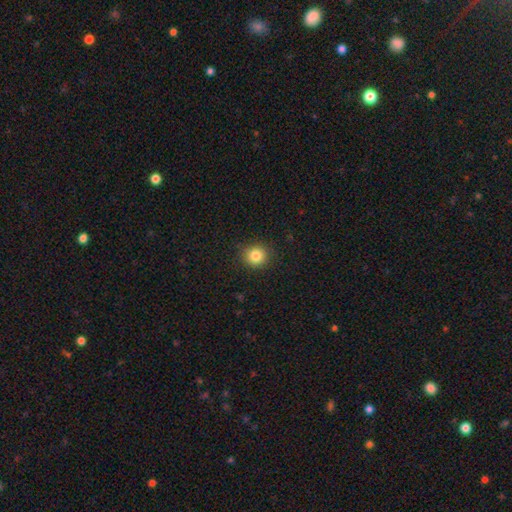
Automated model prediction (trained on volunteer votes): This is clearly a smooth galaxy (83%). How rounded: clearly round (88%). Merging: clearly none (90%).